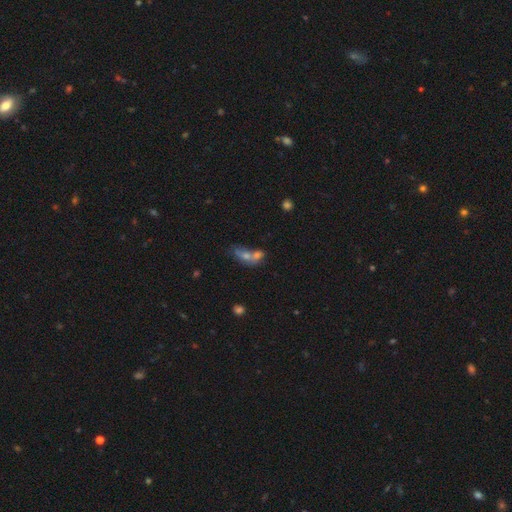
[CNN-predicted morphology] Overall: smooth (54%; featured or disk 26%). How rounded: in between (60%; round 28%). Merging: merger (62%; none 24%).